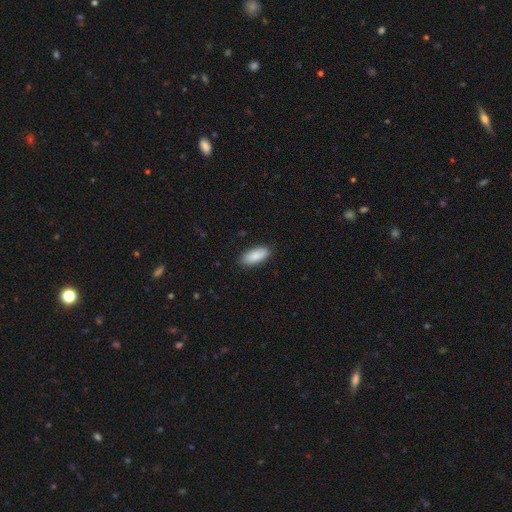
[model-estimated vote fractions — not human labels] smooth_or_featured: smooth (p=0.89) [alt: star or artifact p=0.06]
how_rounded: in between (p=0.85) [alt: cigar-shaped p=0.13]
merging: none (p=0.88) [alt: minor disturbance p=0.09]